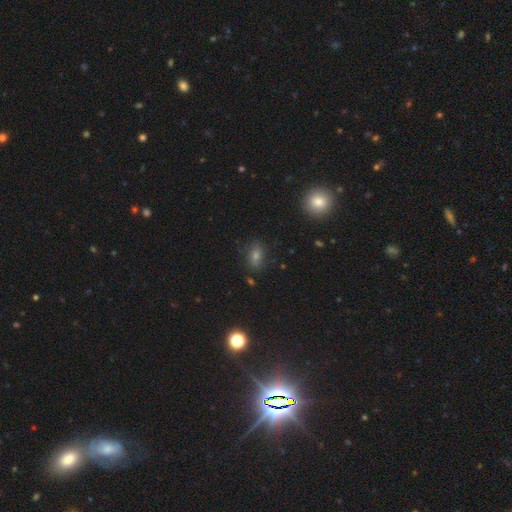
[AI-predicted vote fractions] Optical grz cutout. It shows a smooth galaxy with no disk features (61%) that is in between round and cigar-shaped (71%). Merging: none (80%).